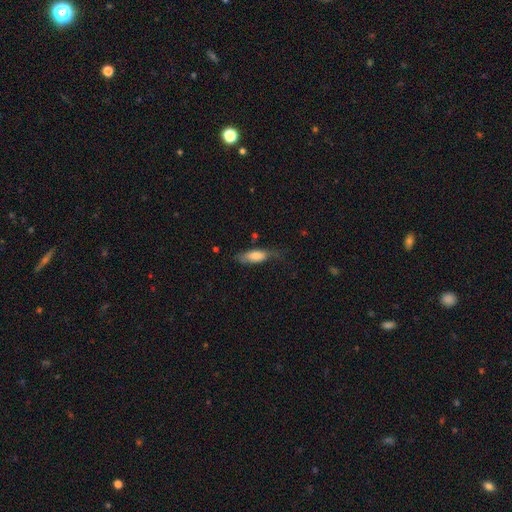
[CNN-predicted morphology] This is likely a smooth galaxy (73%). How rounded: likely in between (68%). Merging: possibly none (54%).